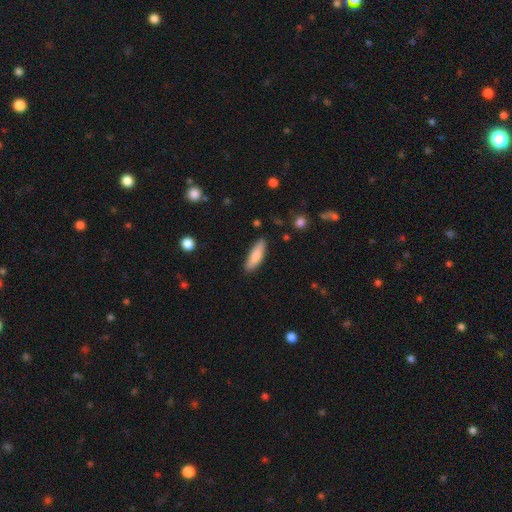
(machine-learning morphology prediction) Smooth or featured: smooth — 82% (featured or disk — 12%)
How rounded: cigar-shaped — 53% (in between — 45%)
Merging: none — 84% (minor disturbance — 12%)